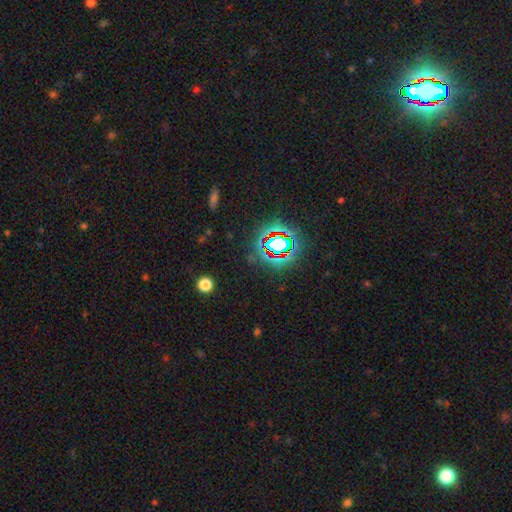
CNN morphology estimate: type=star or artifact (80%).